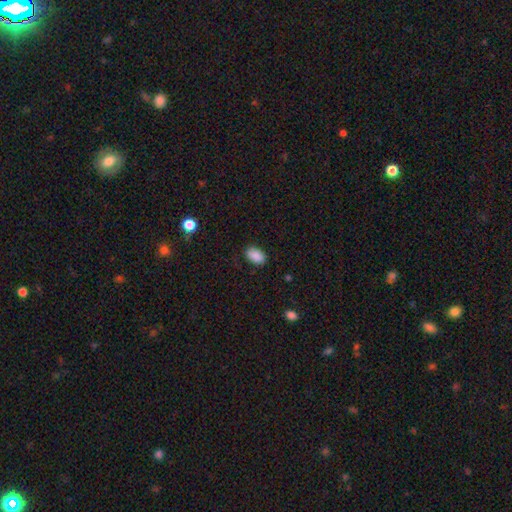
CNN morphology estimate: This appears to be a smooth galaxy with no disk features (88%) that is in between round and cigar-shaped (89%). Merging: none (84%).